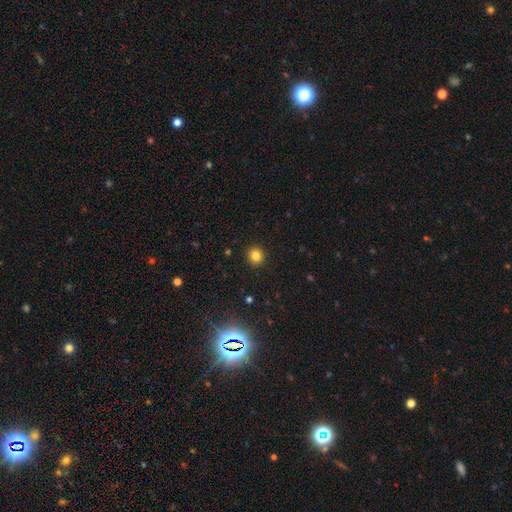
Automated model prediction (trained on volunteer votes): Smooth or featured?
  - smooth: 82% *
  - star or artifact: 13%
  - featured or disk: 5%
How rounded?
  - round: 92% *
  - in between: 7%
  - cigar-shaped: 1%
Merging?
  - none: 93% *
  - minor disturbance: 5%
  - major disturbance: 2%
  - merger: 1%